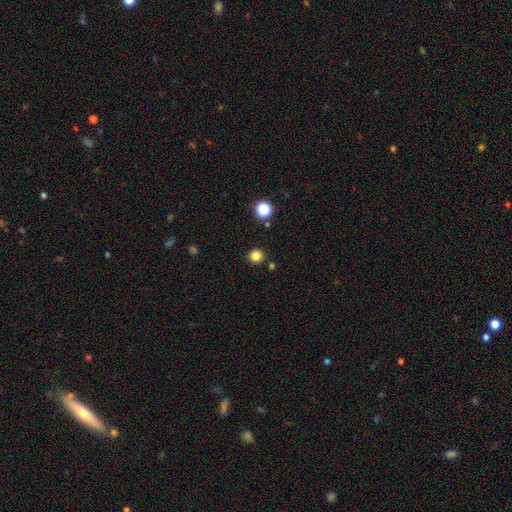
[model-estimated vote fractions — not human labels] A smooth galaxy with no disk features (82%) that is round (90%). Merging: none (90%).